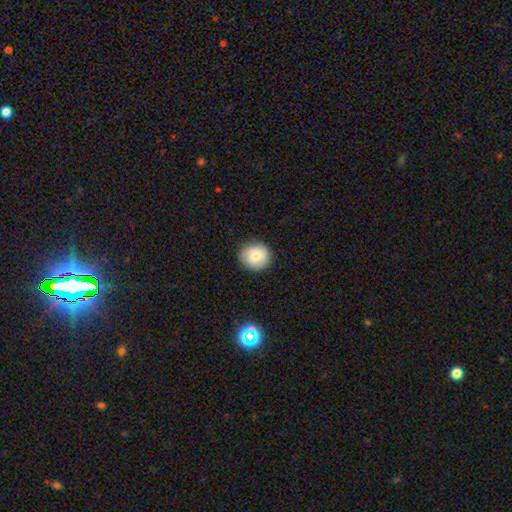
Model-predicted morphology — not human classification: smooth-or-featured: smooth: 75% | featured or disk: 17% | star or artifact: 8%
  how-rounded: round: 88% | in between: 11% | cigar-shaped: 1%
  merging: none: 87% | minor disturbance: 10% | major disturbance: 2% | merger: 1%